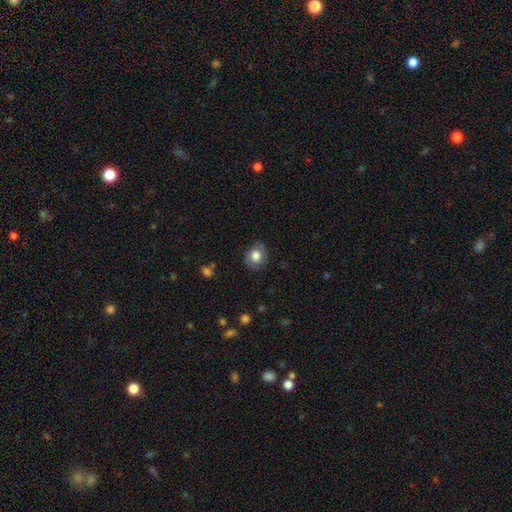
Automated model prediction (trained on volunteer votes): smooth-or-featured: smooth: 78% | featured or disk: 13% | star or artifact: 8%
  how-rounded: round: 58% | in between: 41% | cigar-shaped: 1%
  merging: none: 80% | minor disturbance: 15% | major disturbance: 4% | merger: 1%